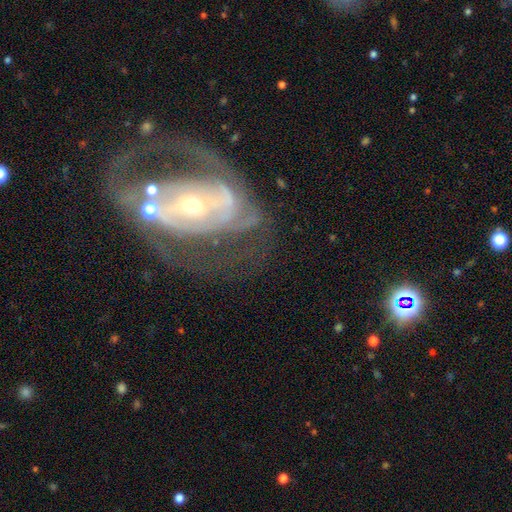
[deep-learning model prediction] smooth_or_featured: featured or disk (p=0.85) [alt: star or artifact p=0.07]
disk_edge_on: no (p=0.96) [alt: yes p=0.04]
bar: no (p=0.36) [alt: weak p=0.33]
has_spiral_arms: yes (p=0.88) [alt: no p=0.12]
spiral_winding: tight (p=0.44) [alt: medium p=0.40]
spiral_arm_count: 2 (p=0.46) [alt: can't tell p=0.27]
bulge_size: small (p=0.60) [alt: moderate p=0.35]
merging: none (p=0.44) [alt: major disturbance p=0.28]